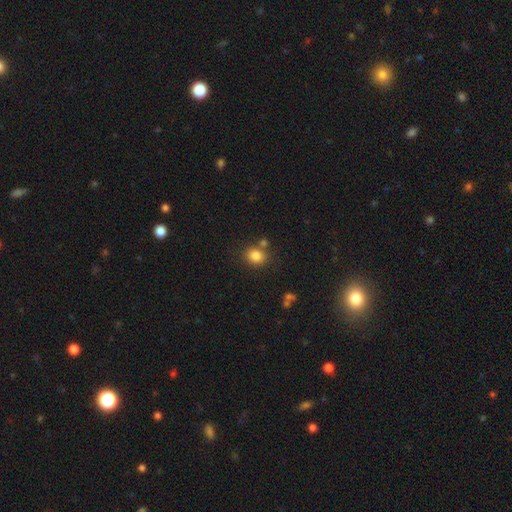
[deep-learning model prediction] This appears to be a smooth galaxy with no disk features (83%) that is round (62%). Merging: none (72%).